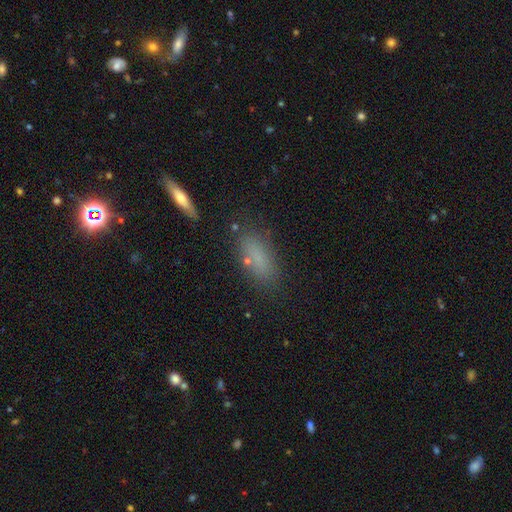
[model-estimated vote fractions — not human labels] Q: Smooth or featured?
A: smooth (70%); runner-up: star or artifact (17%)
Q: How rounded?
A: in between (73%); runner-up: cigar-shaped (23%)
Q: Merging?
A: none (76%); runner-up: minor disturbance (15%)